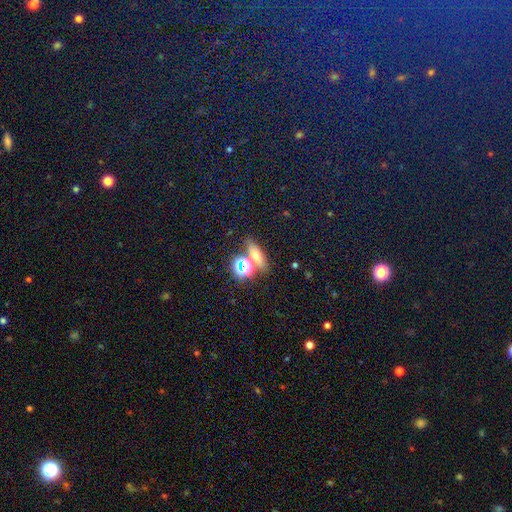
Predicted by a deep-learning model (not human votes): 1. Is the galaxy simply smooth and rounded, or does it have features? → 55% smooth, 27% star or artifact, 18% featured or disk.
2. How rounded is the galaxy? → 40% in between, 38% cigar-shaped, 23% round.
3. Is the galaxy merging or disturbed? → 69% none, 17% merger, 10% minor disturbance, 4% major disturbance.